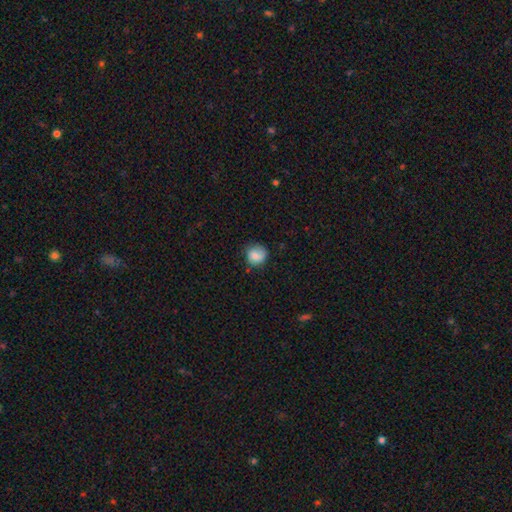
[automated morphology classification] smooth_or_featured: smooth (p=0.79) [alt: featured or disk p=0.13]
how_rounded: round (p=0.85) [alt: in between p=0.14]
merging: none (p=0.71) [alt: minor disturbance p=0.22]